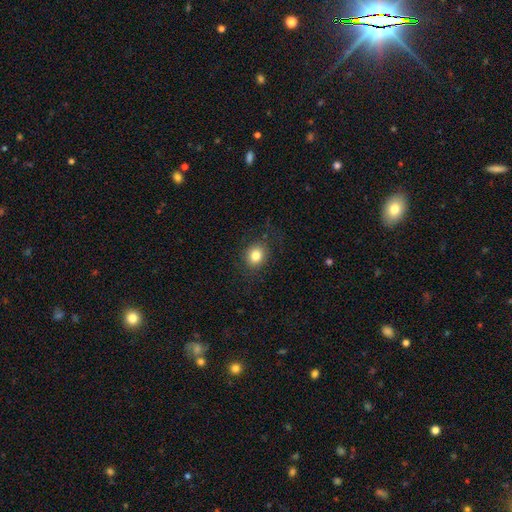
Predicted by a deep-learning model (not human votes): The model was most divided on "how rounded": round: 70%, in between: 30%, cigar-shaped: 1%. More confident: merging — none (85%); smooth or featured — smooth (82%).